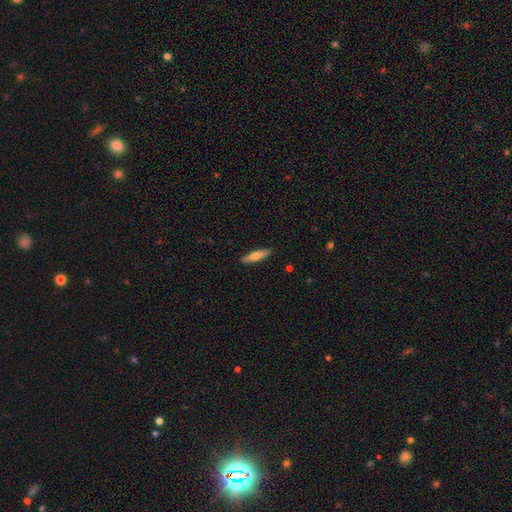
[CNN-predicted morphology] A smooth galaxy with no disk features (65%) that is cigar-shaped (76%). Merging: none (90%).